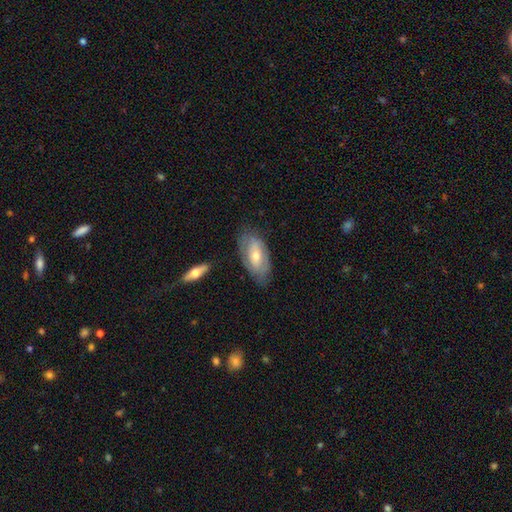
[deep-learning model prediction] smooth-or-featured: featured or disk: 55% | smooth: 39% | star or artifact: 6%
  disk-edge-on: no: 86% | yes: 14%
  merging: none: 69% | minor disturbance: 22% | major disturbance: 7% | merger: 2%